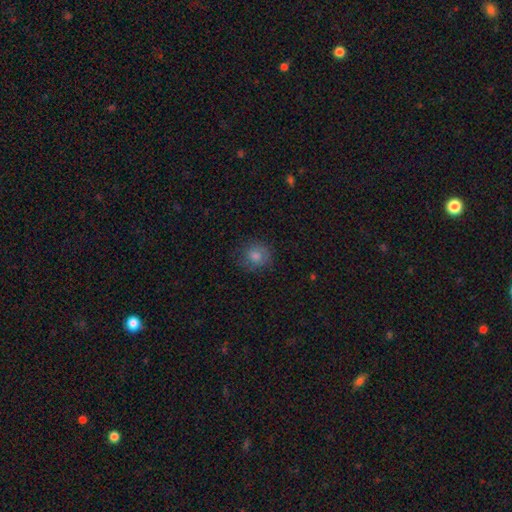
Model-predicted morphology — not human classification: This appears to be a smooth galaxy with no disk features (76%) that is round (85%). Merging: none (80%).